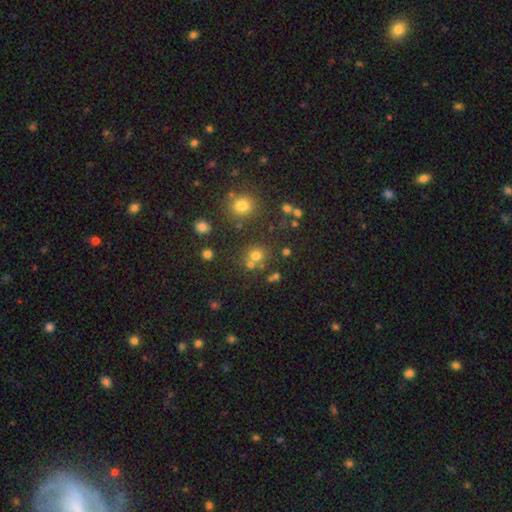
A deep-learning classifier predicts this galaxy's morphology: A smooth galaxy with no disk features (69%) that is round (87%).

Vote fractions:
- Smooth or featured? smooth: 69% / star or artifact: 21% / featured or disk: 10%
- How rounded? round: 87% / in between: 12% / cigar-shaped: 1%
- Merging? none: 66% / merger: 20% / minor disturbance: 9% / major disturbance: 4%